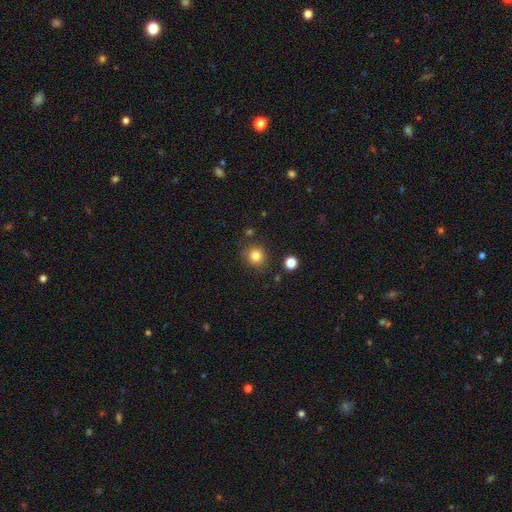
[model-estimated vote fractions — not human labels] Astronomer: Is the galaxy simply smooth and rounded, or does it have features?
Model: smooth — 82%.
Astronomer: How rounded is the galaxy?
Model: round — 88%.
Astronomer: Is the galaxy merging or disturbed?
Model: none — 84%.